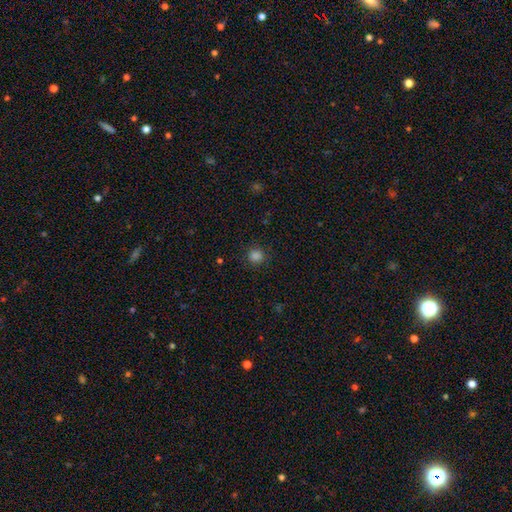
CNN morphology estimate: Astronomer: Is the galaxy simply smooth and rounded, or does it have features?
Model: smooth — 83%.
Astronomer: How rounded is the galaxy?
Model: round — 92%.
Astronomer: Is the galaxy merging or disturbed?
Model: none — 89%.